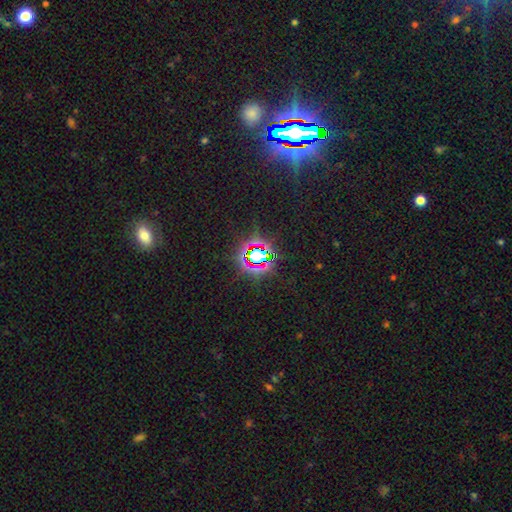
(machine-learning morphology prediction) Smooth or featured?
  - star or artifact: 78% *
  - smooth: 13%
  - featured or disk: 9%